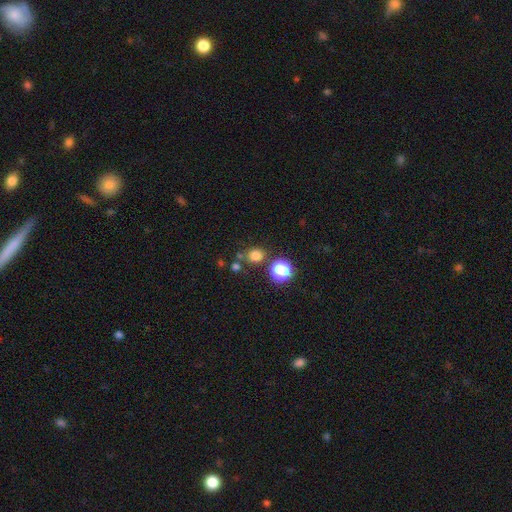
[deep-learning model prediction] Smooth or featured? Predicted: smooth (p=0.75). How rounded? Predicted: round (p=0.79). Merging? Predicted: none (p=0.75).